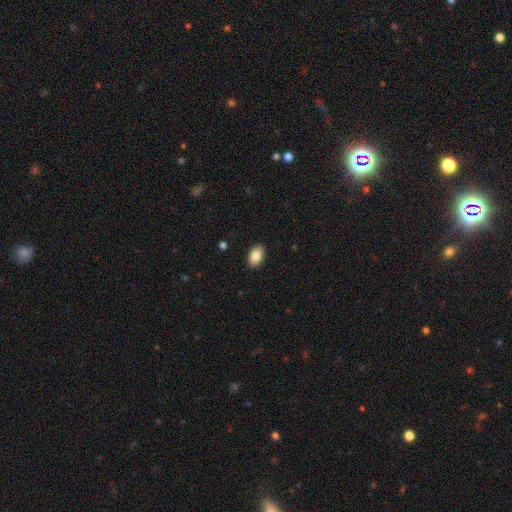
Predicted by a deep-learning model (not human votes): smooth 87%, star or artifact 7%, featured or disk 6%. Down the decision tree: how rounded — in between (92%); merging — none (90%).